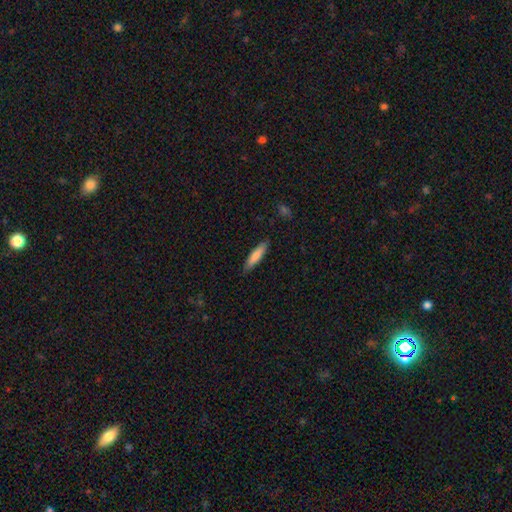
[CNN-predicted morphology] type=smooth (80%); roundness=cigar-shaped (80%); merging=none (85%).